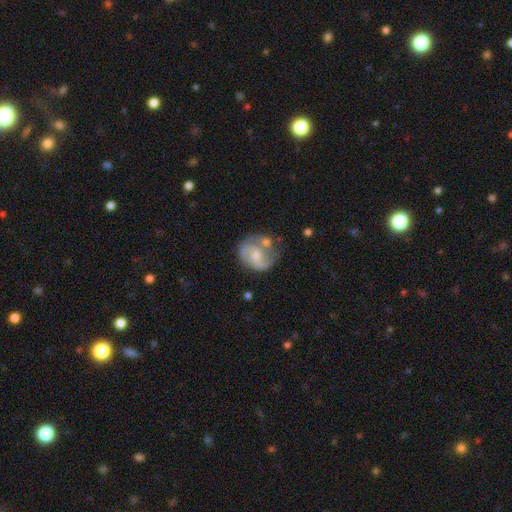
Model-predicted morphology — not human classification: This is likely a featured or disk galaxy (63%). It is clearly not viewed edge-on (98%). Bar: likely no (60%). Spiral arm pattern: likely yes (77%). Central bulge: possibly moderate (49%). Merging: marginally none (37%).